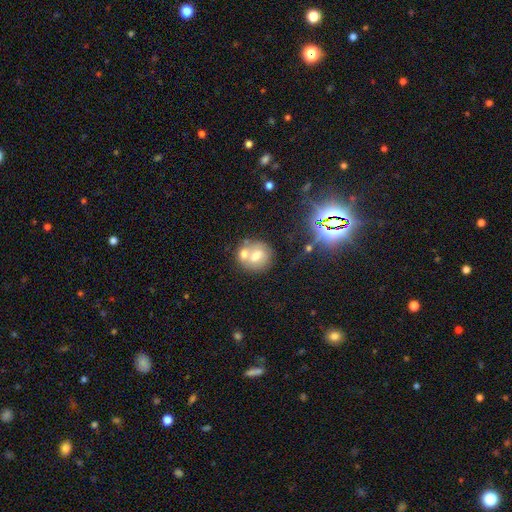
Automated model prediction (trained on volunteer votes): This appears to be a smooth galaxy with no disk features (56%) that is round (76%). Merging: merger (46%).